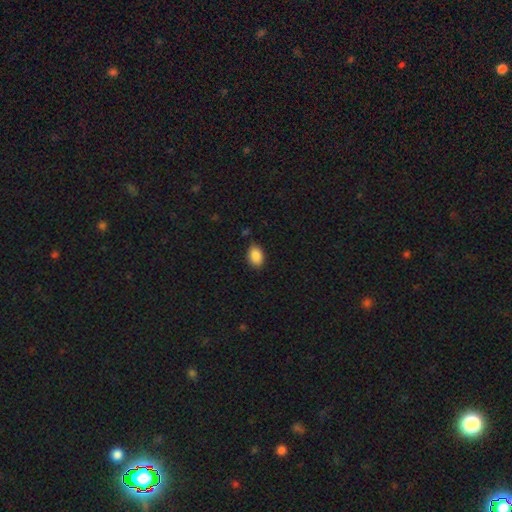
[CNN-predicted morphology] This appears to be a smooth galaxy with no disk features (88%) that is in between round and cigar-shaped (83%). Merging: none (84%).